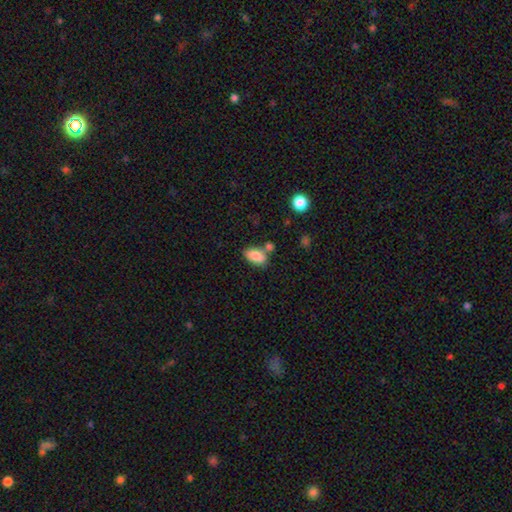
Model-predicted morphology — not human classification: Overall: smooth (82%). How rounded: in between (92%). Merging: none (64%).